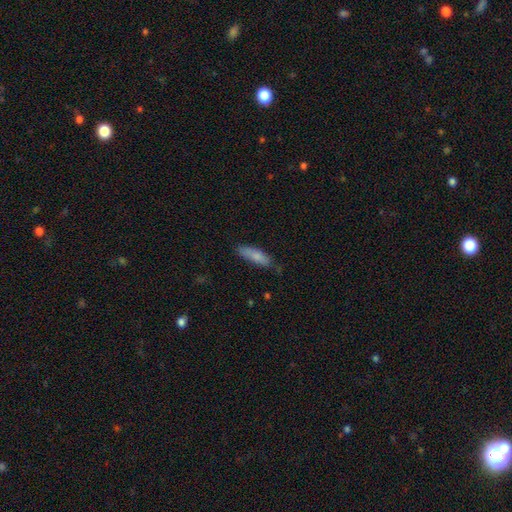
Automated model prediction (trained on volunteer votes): Smooth or featured? Predicted: smooth (p=0.82). How rounded? Predicted: cigar-shaped (p=0.61). Merging? Predicted: none (p=0.75).